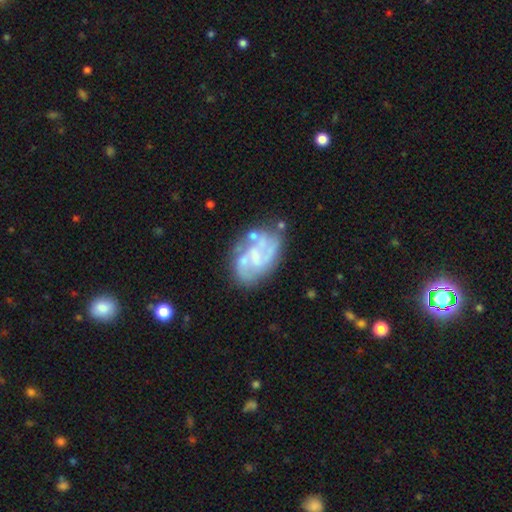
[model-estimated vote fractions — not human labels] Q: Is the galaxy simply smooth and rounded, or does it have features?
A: featured or disk — 76%.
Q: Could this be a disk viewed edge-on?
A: no — 97%.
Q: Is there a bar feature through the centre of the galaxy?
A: no — 46%.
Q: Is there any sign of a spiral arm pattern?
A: yes — 77%.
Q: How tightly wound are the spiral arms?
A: medium — 44%.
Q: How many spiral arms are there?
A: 2 — 37%.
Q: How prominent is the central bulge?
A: small — 41%.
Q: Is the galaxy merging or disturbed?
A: none — 58%.